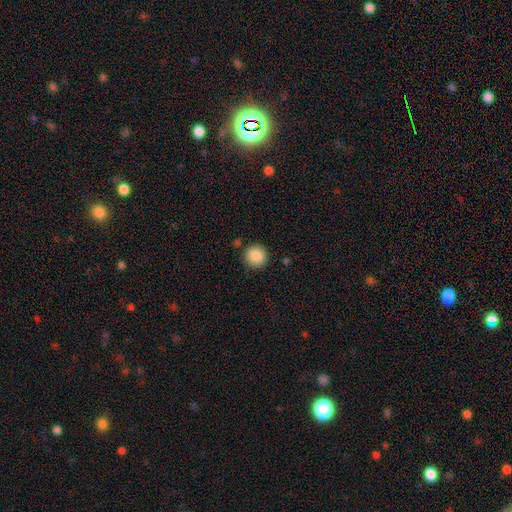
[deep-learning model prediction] Smooth or featured?
  - smooth: 89% *
  - star or artifact: 8%
  - featured or disk: 3%
How rounded?
  - round: 93% *
  - in between: 6%
  - cigar-shaped: 1%
Merging?
  - none: 87% *
  - minor disturbance: 8%
  - merger: 3%
  - major disturbance: 2%